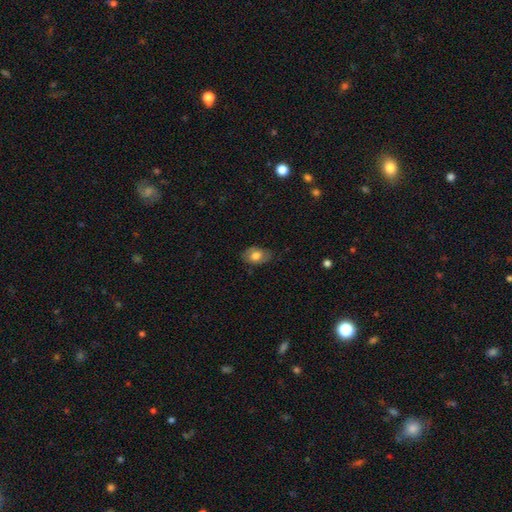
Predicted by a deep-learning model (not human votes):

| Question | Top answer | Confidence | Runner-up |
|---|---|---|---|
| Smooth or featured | smooth | 69% | featured or disk (24%) |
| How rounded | in between | 84% | round (15%) |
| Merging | none | 75% | minor disturbance (20%) |